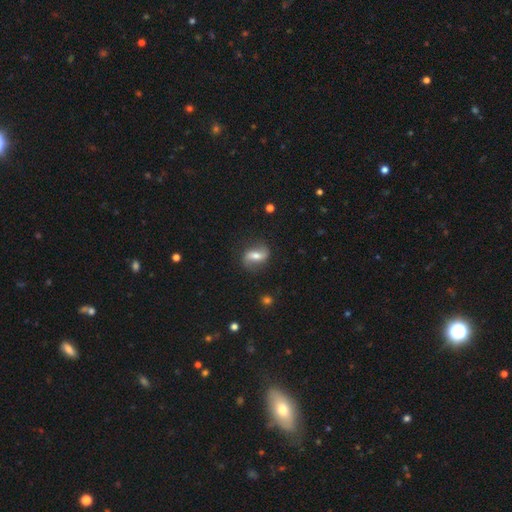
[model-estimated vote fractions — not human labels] A featured or disk galaxy (63%) with a strong bar (41%), spiral arms (85%) and a moderate central bulge (62%).

Vote fractions:
- Smooth or featured? featured or disk: 63% / smooth: 29% / star or artifact: 8%
- Edge-on disk? no: 92% / yes: 8%
- Bar? strong: 41% / weak: 35% / no: 24%
- Spiral arms? yes: 85% / no: 15%
- Bulge size? moderate: 62% / small: 25% / large: 9% / none: 3% / dominant: 2%
- Merging? none: 78% / minor disturbance: 14% / major disturbance: 6% / merger: 2%